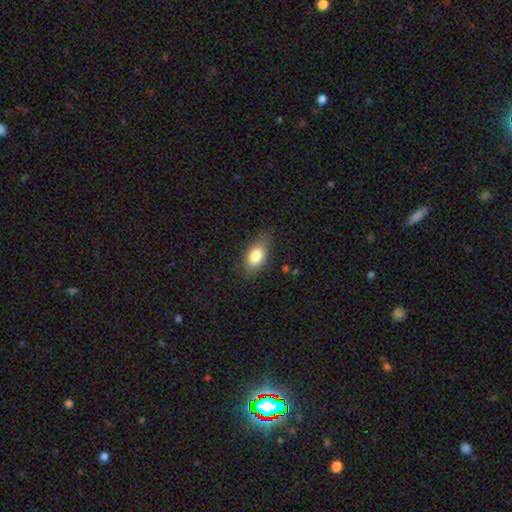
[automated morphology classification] smooth-or-featured: smooth: 80% | featured or disk: 12% | star or artifact: 8%
  how-rounded: in between: 86% | round: 9% | cigar-shaped: 5%
  merging: none: 79% | minor disturbance: 16% | major disturbance: 4% | merger: 1%